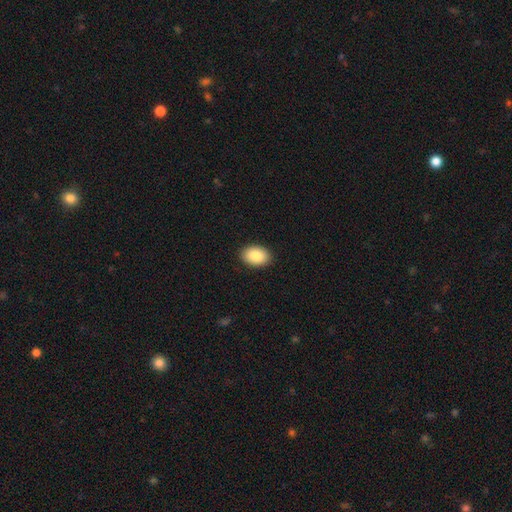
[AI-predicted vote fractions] Morphology: type=smooth (87%); roundness=in between (85%); merging=none (90%).